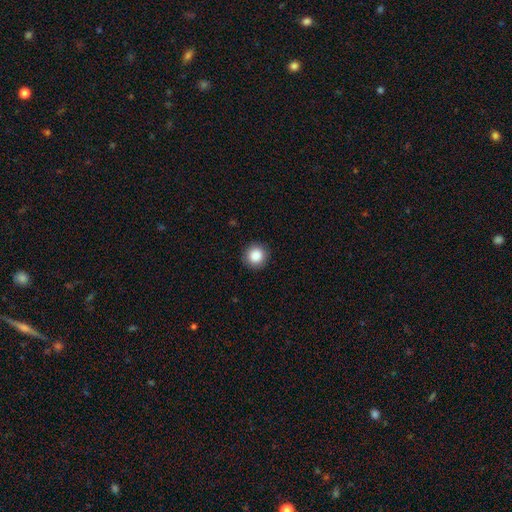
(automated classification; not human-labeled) This is clearly a smooth galaxy (87%). How rounded: clearly round (94%). Merging: clearly none (91%).